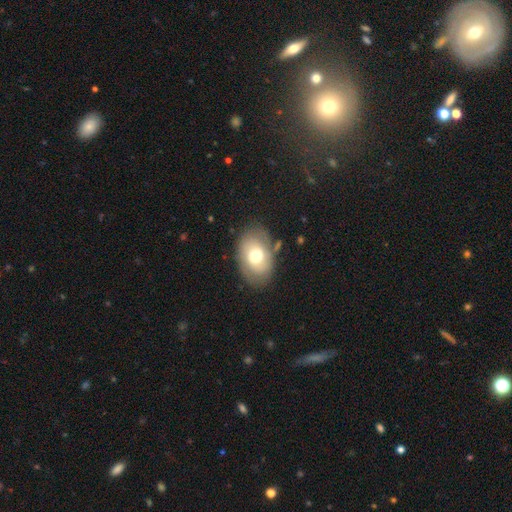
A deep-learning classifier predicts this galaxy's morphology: A smooth galaxy with no disk features (66%) that is in between round and cigar-shaped (83%). Merging: none (75%).